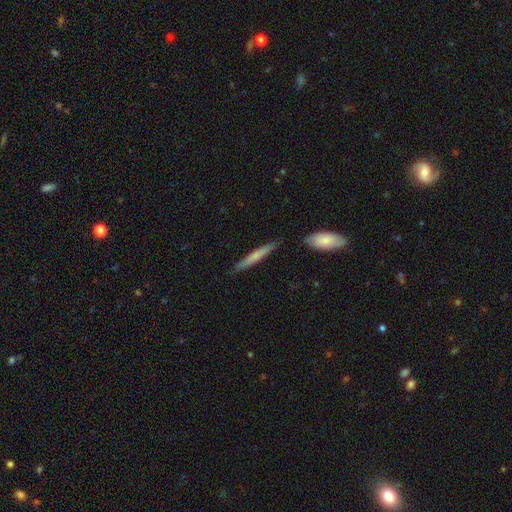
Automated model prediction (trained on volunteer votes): Smooth or featured: smooth — 64% (featured or disk — 31%)
How rounded: cigar-shaped — 93% (in between — 5%)
Merging: none — 85% (minor disturbance — 9%)